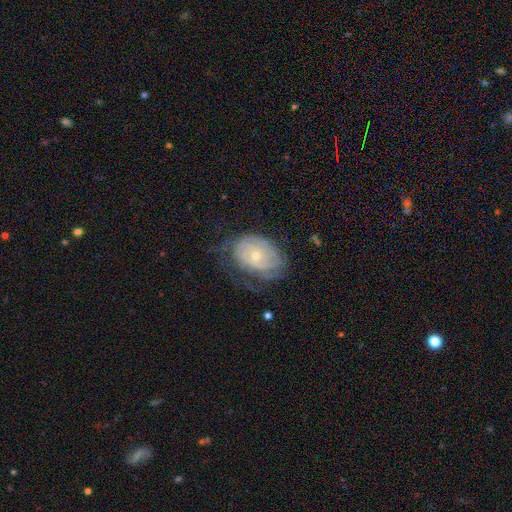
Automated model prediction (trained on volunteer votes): This appears to be a featured or disk galaxy (75%) with no bar (78%), tight (71%) spiral arms (88%) and a small central bulge (65%). Merging: none (53%).